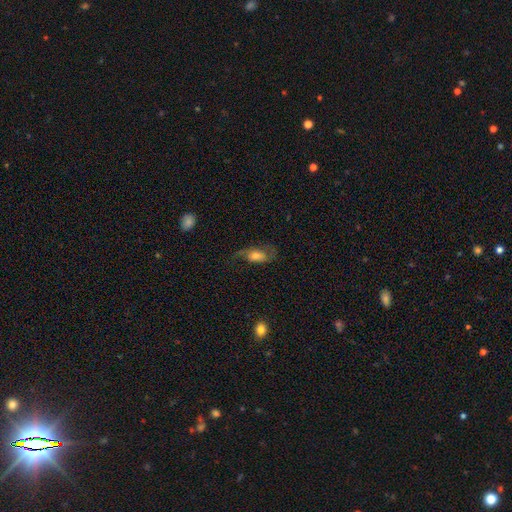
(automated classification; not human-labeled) Smooth or featured? featured or disk (51%)
Edge-on disk? no (89%)
Merging? none (50%)